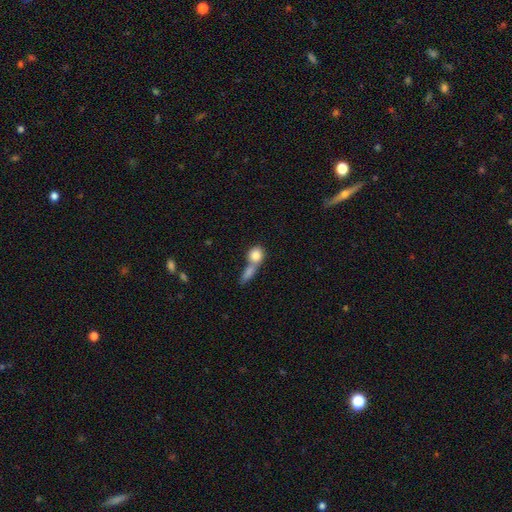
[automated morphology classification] smooth 81%, featured or disk 12%, star or artifact 7%. Down the decision tree: how rounded — round (69%); merging — merger (59%).